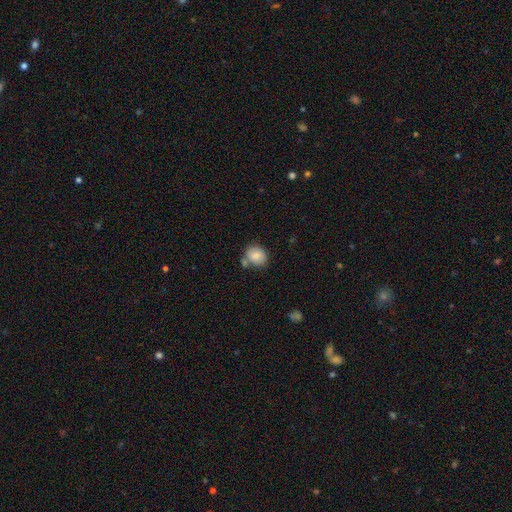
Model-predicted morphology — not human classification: This appears to be a smooth galaxy with no disk features (83%) that is round (61%). Merging: none (62%).